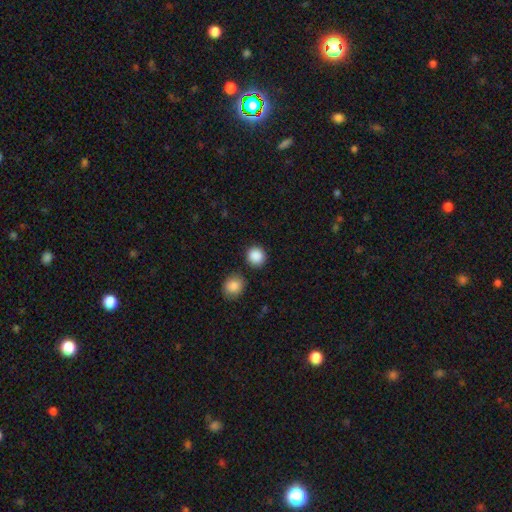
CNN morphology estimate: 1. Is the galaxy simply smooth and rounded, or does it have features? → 89% smooth, 9% star or artifact, 3% featured or disk.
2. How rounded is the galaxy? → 91% round, 8% in between, 1% cigar-shaped.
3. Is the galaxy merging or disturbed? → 85% none, 8% minor disturbance, 5% merger, 3% major disturbance.